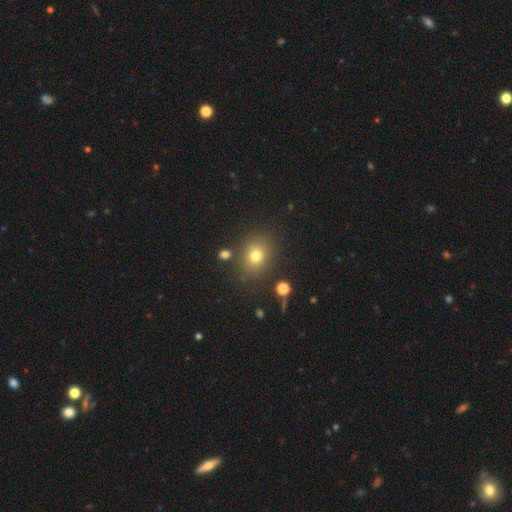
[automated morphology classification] Smooth or featured? smooth (75%)
How rounded? round (56%)
Merging? none (82%)